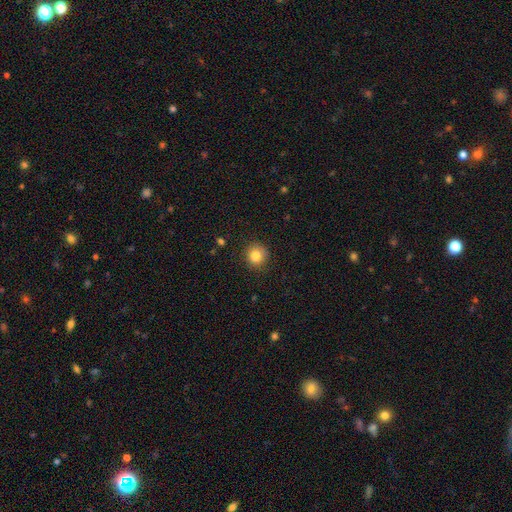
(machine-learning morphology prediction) type=smooth (85%); roundness=round (91%); merging=none (87%).